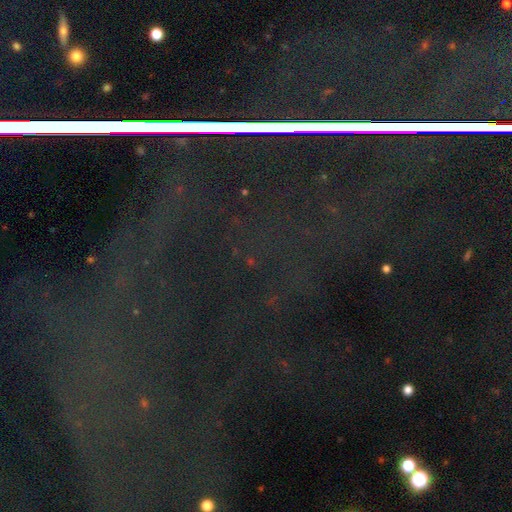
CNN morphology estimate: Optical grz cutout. It shows a star or artifact, not a galaxy (82%).